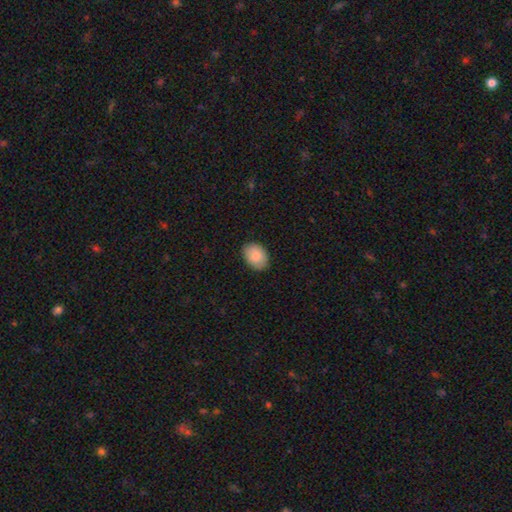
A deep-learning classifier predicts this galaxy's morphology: A smooth galaxy with no disk features (85%) that is in between round and cigar-shaped (77%).

Vote fractions:
- Smooth or featured? smooth: 85% / featured or disk: 8% / star or artifact: 6%
- How rounded? in between: 77% / round: 22% / cigar-shaped: 1%
- Merging? none: 87% / minor disturbance: 10% / major disturbance: 2% / merger: 1%